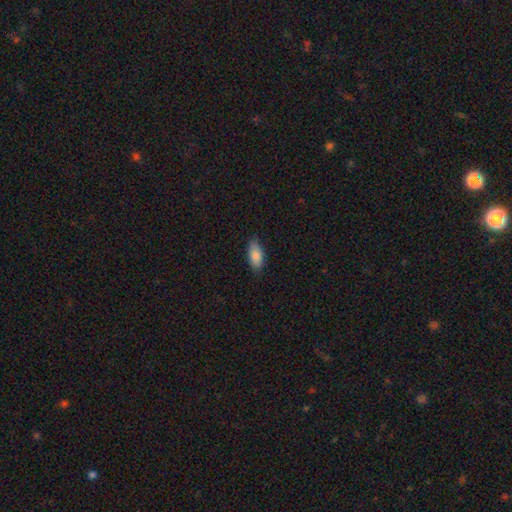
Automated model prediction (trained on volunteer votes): A smooth galaxy with no disk features (87%) that is in between round and cigar-shaped (89%). Merging: none (79%).